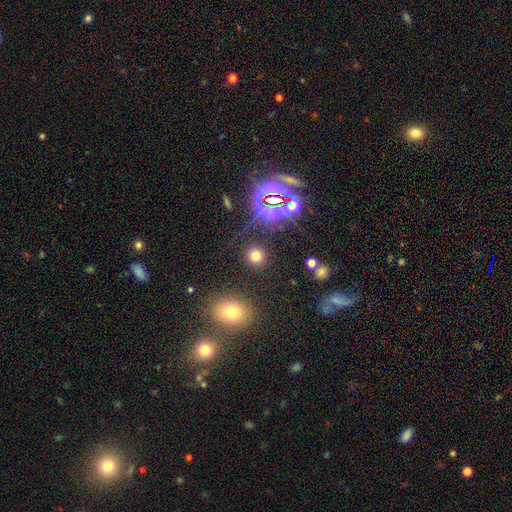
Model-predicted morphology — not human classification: A smooth galaxy with no disk features (70%) that is round (89%).

Vote fractions:
- Smooth or featured? smooth: 70% / star or artifact: 22% / featured or disk: 7%
- How rounded? round: 89% / in between: 10% / cigar-shaped: 1%
- Merging? none: 87% / minor disturbance: 6% / major disturbance: 4% / merger: 3%